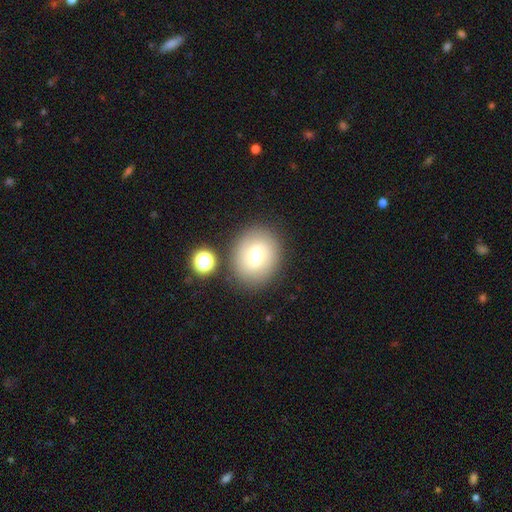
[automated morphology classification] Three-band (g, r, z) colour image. It shows a smooth galaxy with no disk features (62%) that is round (65%). Merging: none (80%).